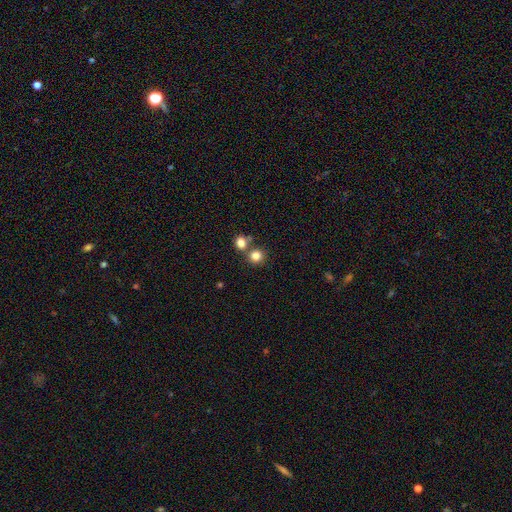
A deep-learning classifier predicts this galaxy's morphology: type=smooth (82%); roundness=round (89%); merging=none (63%).